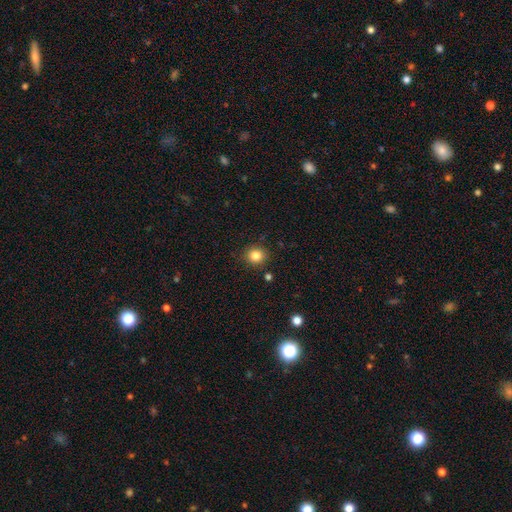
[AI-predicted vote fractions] Smooth or featured: smooth — 83% (star or artifact — 11%)
How rounded: round — 84% (in between — 15%)
Merging: none — 88% (minor disturbance — 8%)